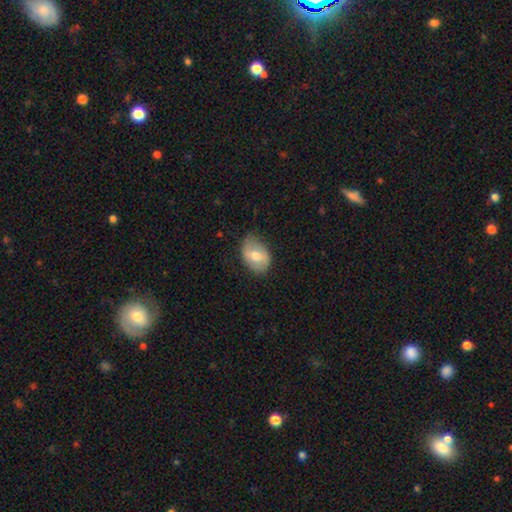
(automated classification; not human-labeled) Overall: smooth (61%; featured or disk 33%). How rounded: in between (80%). Merging: none (69%).